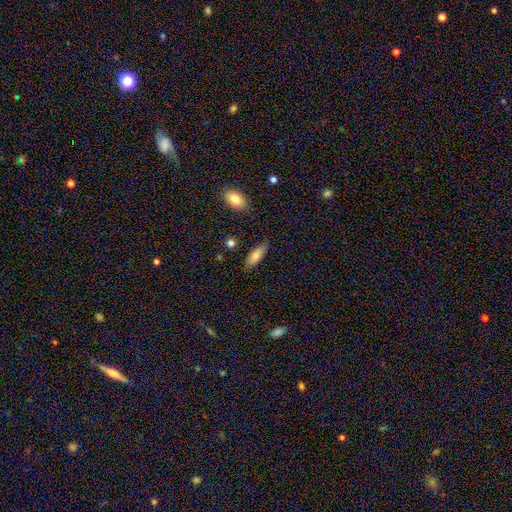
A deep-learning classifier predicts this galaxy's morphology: A smooth galaxy with no disk features (79%) that is in between round and cigar-shaped (74%). Merging: none (79%).